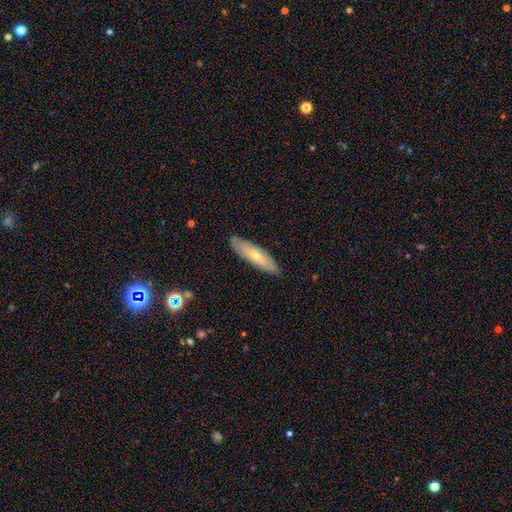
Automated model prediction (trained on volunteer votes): Morphology: type=smooth (51%); roundness=cigar-shaped (66%); merging=none (87%).